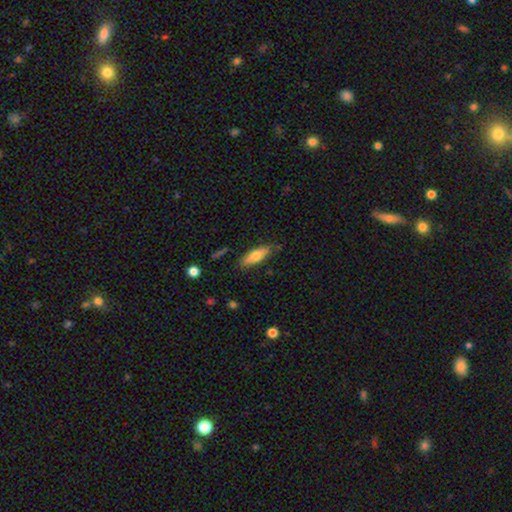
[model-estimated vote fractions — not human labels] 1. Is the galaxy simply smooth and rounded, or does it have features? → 70% smooth, 24% featured or disk, 6% star or artifact.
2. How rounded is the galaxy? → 50% in between, 48% cigar-shaped, 2% round.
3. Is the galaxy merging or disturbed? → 78% none, 17% minor disturbance, 3% major disturbance, 2% merger.